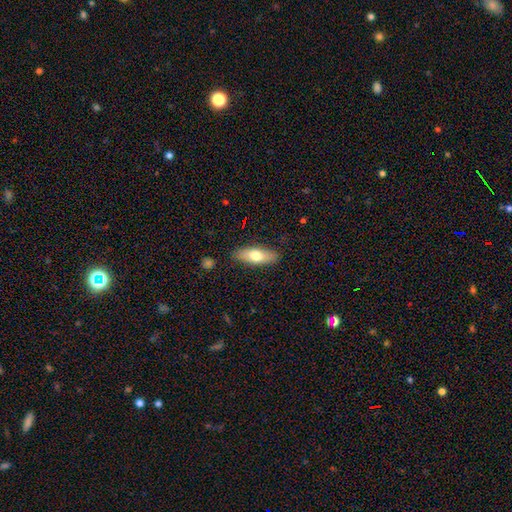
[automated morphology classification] Smooth or featured?
  - smooth: 69% *
  - featured or disk: 25%
  - star or artifact: 6%
How rounded?
  - in between: 67% *
  - cigar-shaped: 31%
  - round: 3%
Merging?
  - none: 86% *
  - minor disturbance: 10%
  - major disturbance: 2%
  - merger: 1%